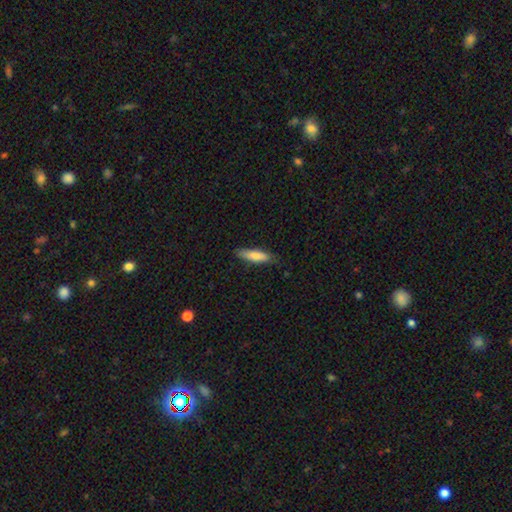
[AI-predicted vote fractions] Q: Smooth or featured?
A: smooth (80%); runner-up: featured or disk (14%)
Q: How rounded?
A: cigar-shaped (69%); runner-up: in between (29%)
Q: Merging?
A: none (81%); runner-up: minor disturbance (15%)